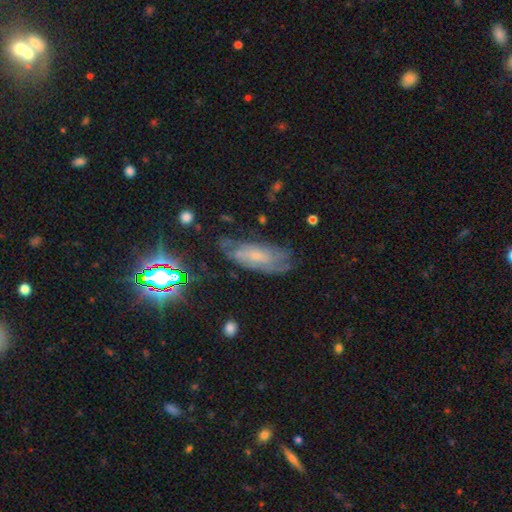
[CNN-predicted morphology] Q: Smooth or featured?
A: featured or disk (52%); runner-up: smooth (34%)
Q: Edge-on disk?
A: no (84%); runner-up: yes (16%)
Q: Merging?
A: none (61%); runner-up: minor disturbance (26%)